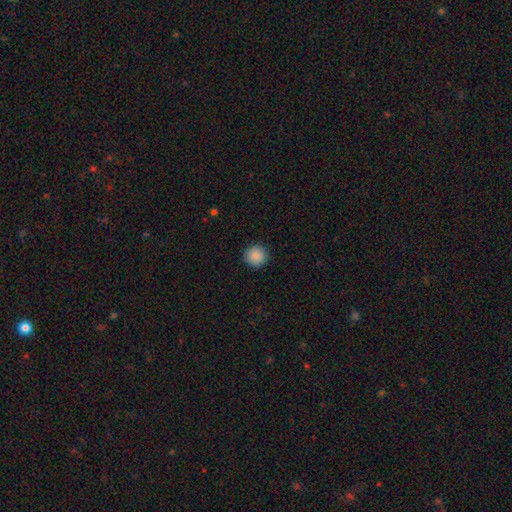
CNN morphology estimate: smooth_or_featured: smooth (p=0.88) [alt: star or artifact p=0.09]
how_rounded: round (p=0.94) [alt: in between p=0.05]
merging: none (p=0.92) [alt: minor disturbance p=0.06]